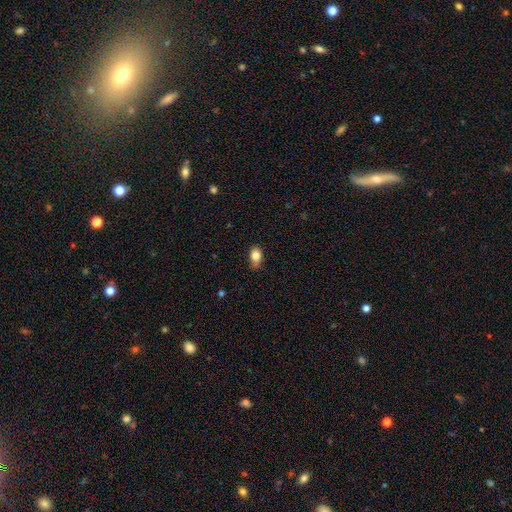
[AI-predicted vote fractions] smooth-or-featured: smooth: 83% | star or artifact: 9% | featured or disk: 8%
  how-rounded: in between: 80% | round: 18% | cigar-shaped: 2%
  merging: none: 69% | minor disturbance: 26% | major disturbance: 4% | merger: 1%